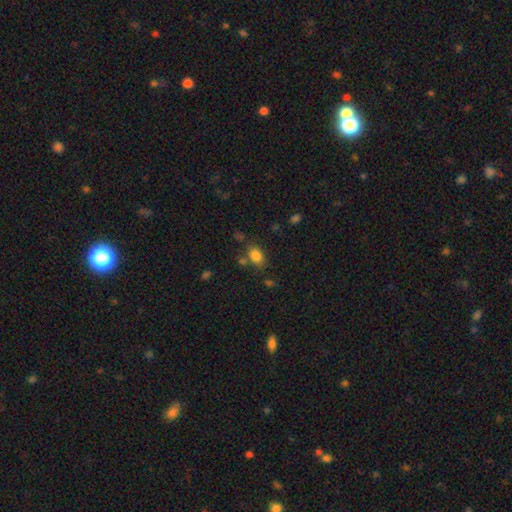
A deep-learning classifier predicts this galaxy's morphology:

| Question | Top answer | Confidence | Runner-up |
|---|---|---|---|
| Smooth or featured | smooth | 82% | star or artifact (11%) |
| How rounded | in between | 71% | round (28%) |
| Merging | none | 69% | minor disturbance (15%) |